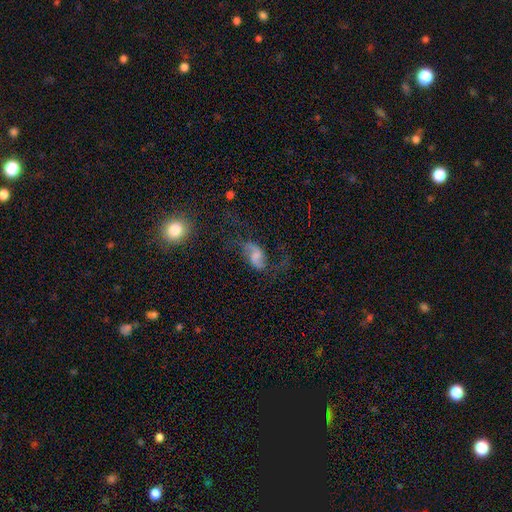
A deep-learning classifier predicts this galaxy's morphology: smooth-or-featured: featured or disk: 68% | smooth: 20% | star or artifact: 11%
  disk-edge-on: no: 96% | yes: 4%
    bar: weak: 46% | no: 35% | strong: 19%
    has-spiral-arms: yes: 89% | no: 11%
      spiral-winding: loose: 79% | medium: 17% | tight: 4%
      spiral-arm-count: 2: 88% | 1: 6% | can't tell: 3% | 3: 1% | 4: 1% | more than 4: 1%
    bulge-size: small: 32% | moderate: 29% | none: 28% | large: 10% | dominant: 2%
  merging: none: 52% | major disturbance: 26% | minor disturbance: 18% | merger: 4%